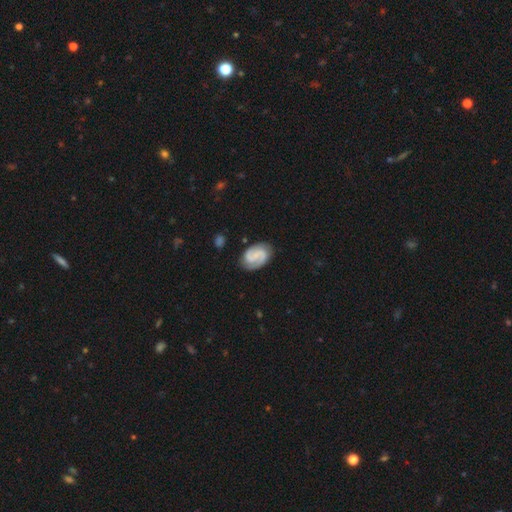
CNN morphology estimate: Smooth or featured: featured or disk — 80% (smooth — 14%)
Edge-on disk: no — 98% (yes — 2%)
Bar: no — 46% (weak — 43%)
Spiral arms: yes — 97% (no — 3%)
Spiral winding: medium — 46% (tight — 38%)
Spiral arm count: 2 — 88% (can't tell — 4%)
Bulge size: none — 46% (small — 39%)
Merging: none — 82% (minor disturbance — 13%)